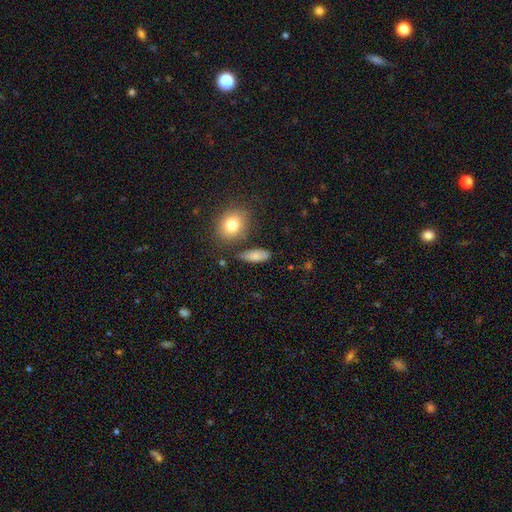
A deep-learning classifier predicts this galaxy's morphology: smooth_or_featured: smooth (p=0.79) [alt: featured or disk p=0.13]
how_rounded: in between (p=0.76) [alt: cigar-shaped p=0.16]
merging: none (p=0.74) [alt: minor disturbance p=0.16]